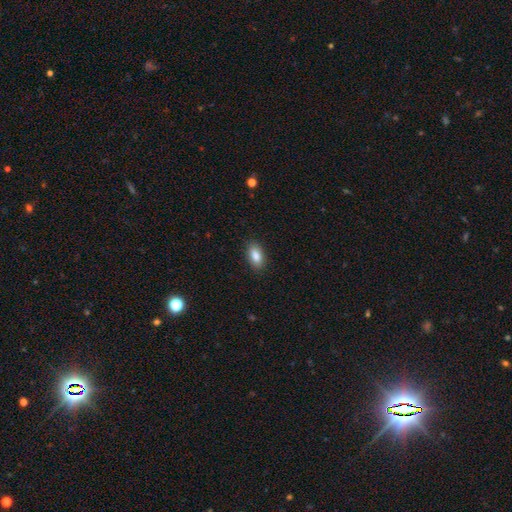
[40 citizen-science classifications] smooth_or_featured: smooth (p=0.93) [alt: star or artifact p=0.05]
how_rounded: in between (p=0.95) [alt: cigar-shaped p=0.05]
merging: none (p=0.89) [alt: minor disturbance p=0.11]